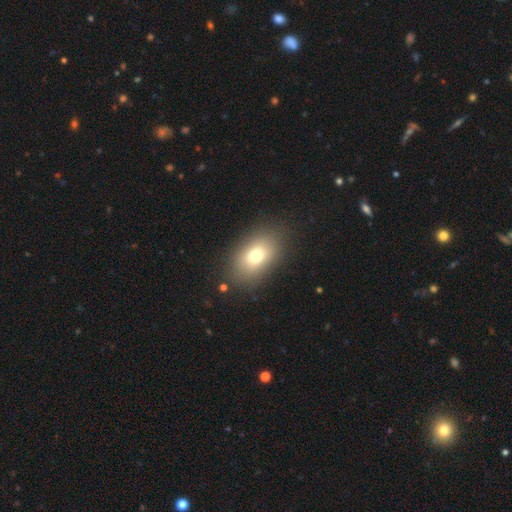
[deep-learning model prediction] Overall: smooth (76%). How rounded: in between (86%). Merging: none (84%).